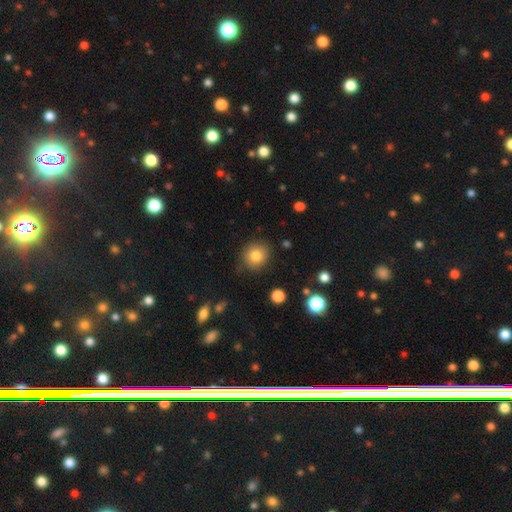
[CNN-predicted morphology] Smooth or featured? Predicted: smooth (p=0.82). How rounded? Predicted: round (p=0.82). Merging? Predicted: none (p=0.83).